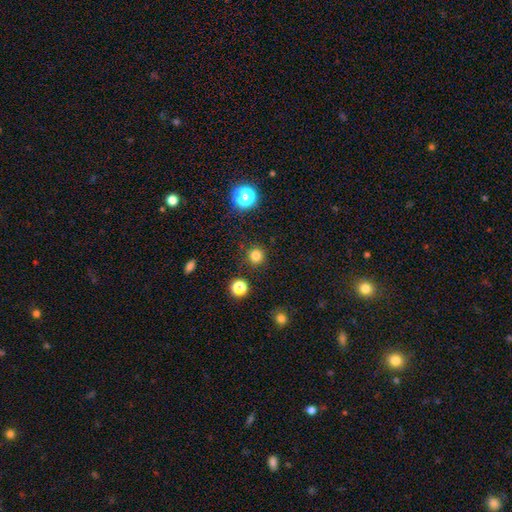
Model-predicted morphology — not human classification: type=smooth (79%); roundness=round (95%); merging=none (89%).